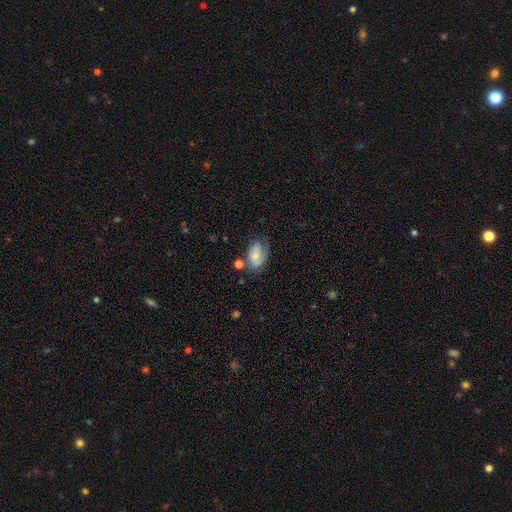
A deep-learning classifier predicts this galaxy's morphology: A smooth galaxy with no disk features (51%) that is in between round and cigar-shaped (86%). Merging: none (48%).